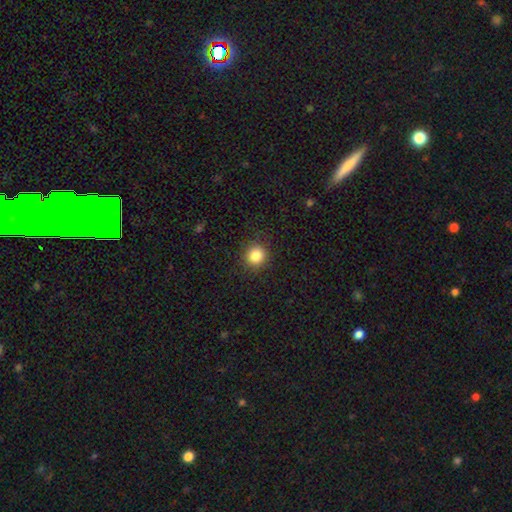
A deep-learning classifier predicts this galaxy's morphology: Smooth or featured? Predicted: smooth (p=0.84). How rounded? Predicted: round (p=0.91). Merging? Predicted: none (p=0.90).